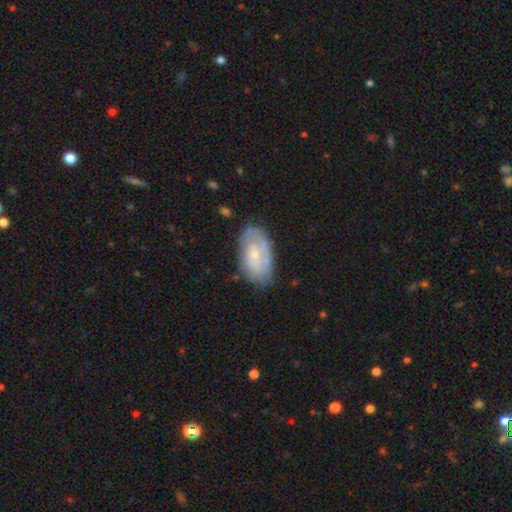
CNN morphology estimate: This is possibly a featured or disk galaxy (54%). It is clearly not viewed edge-on (93%). Bar: likely no (71%). Spiral arm pattern: possibly yes (56%). Central bulge: possibly small (56%). Merging: likely none (67%).